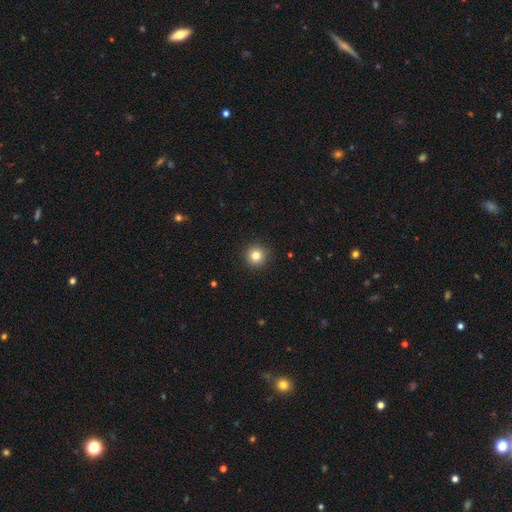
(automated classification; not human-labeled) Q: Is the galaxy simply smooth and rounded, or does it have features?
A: smooth — 82%.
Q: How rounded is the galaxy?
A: round — 96%.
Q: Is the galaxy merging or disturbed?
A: none — 92%.